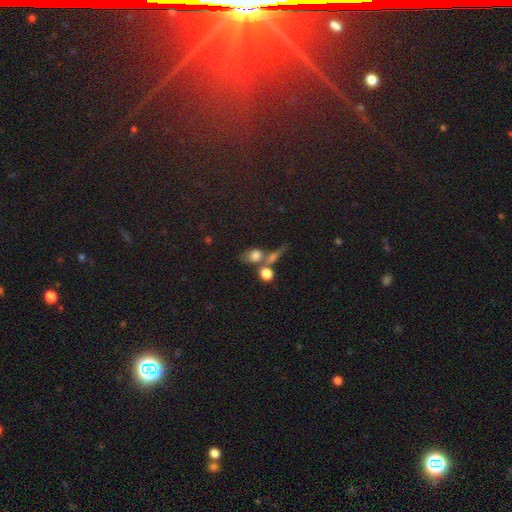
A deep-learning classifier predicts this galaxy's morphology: Smooth or featured? smooth (70%)
How rounded? in between (58%)
Merging? merger (47%)